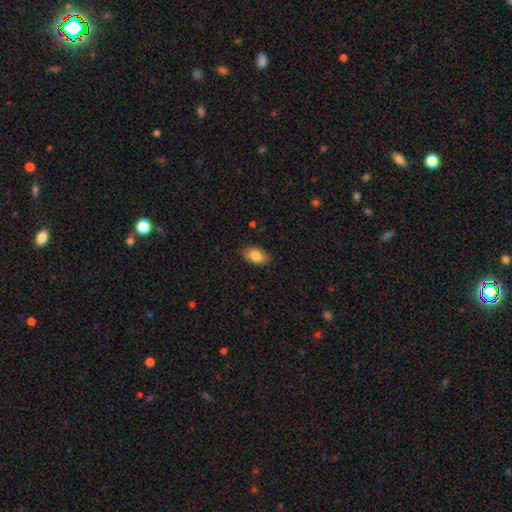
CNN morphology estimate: Smooth or featured?
  - smooth: 84% *
  - featured or disk: 9%
  - star or artifact: 7%
How rounded?
  - in between: 90% *
  - round: 8%
  - cigar-shaped: 2%
Merging?
  - none: 84% *
  - minor disturbance: 12%
  - major disturbance: 2%
  - merger: 1%